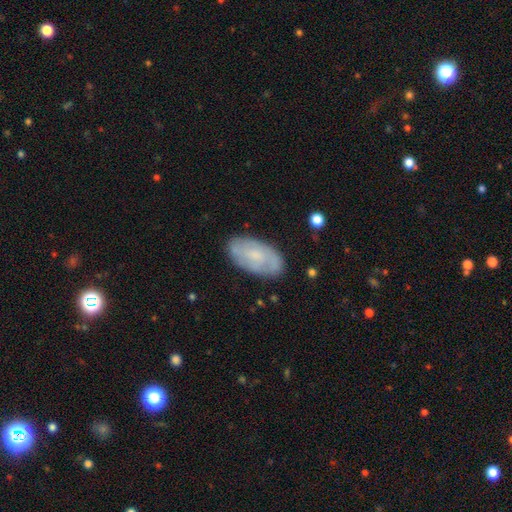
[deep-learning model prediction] smooth-or-featured: smooth: 54% | featured or disk: 39% | star or artifact: 7%
  how-rounded: in between: 94% | round: 3% | cigar-shaped: 3%
  merging: none: 80% | minor disturbance: 15% | major disturbance: 3% | merger: 1%